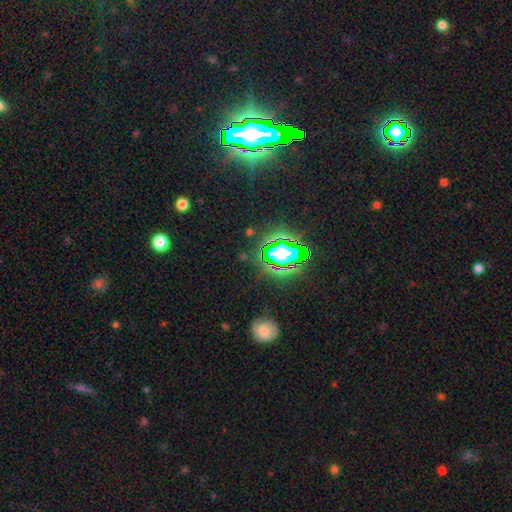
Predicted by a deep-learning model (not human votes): smooth-or-featured: star or artifact: 74% | smooth: 15% | featured or disk: 11%